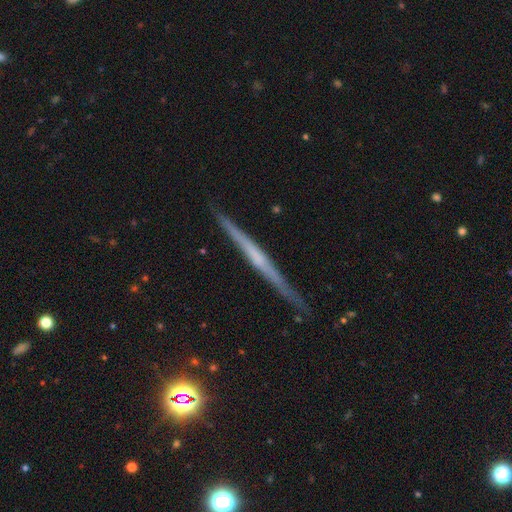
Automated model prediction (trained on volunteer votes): smooth-or-featured: featured or disk: 70% | smooth: 23% | star or artifact: 7%
  disk-edge-on: yes: 98% | no: 2%
    edge-on-bulge: none: 66% | rounded: 24% | boxy: 10%
  merging: none: 89% | minor disturbance: 8% | major disturbance: 1% | merger: 1%